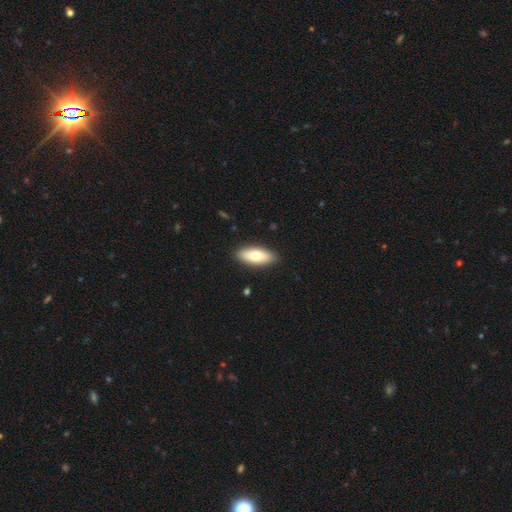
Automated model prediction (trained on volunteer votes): A smooth galaxy with no disk features (71%) that is in between round and cigar-shaped (79%).

Vote fractions:
- Smooth or featured? smooth: 71% / featured or disk: 23% / star or artifact: 6%
- How rounded? in between: 79% / cigar-shaped: 19% / round: 2%
- Merging? none: 90% / minor disturbance: 7% / major disturbance: 2% / merger: 1%